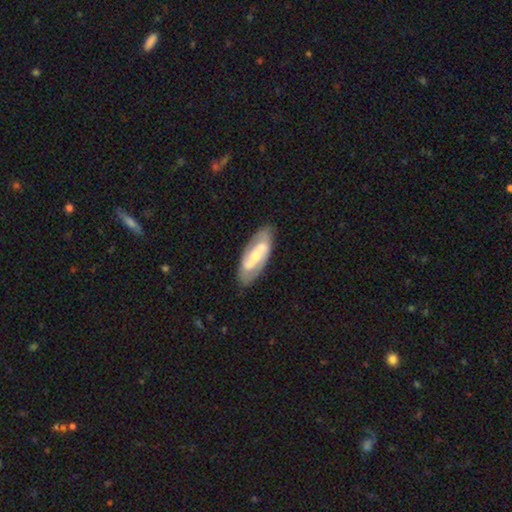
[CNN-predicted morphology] type=featured or disk (71%); edge-on=no (89%); bar=strong (50%); spiral arms=yes (77%); bulge=moderate (52%); merging=none (83%).